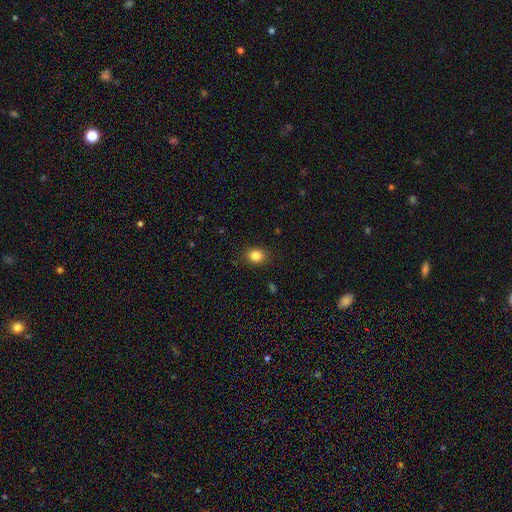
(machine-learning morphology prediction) This is clearly a smooth galaxy (84%). How rounded: possibly round (51%). Merging: clearly none (87%).